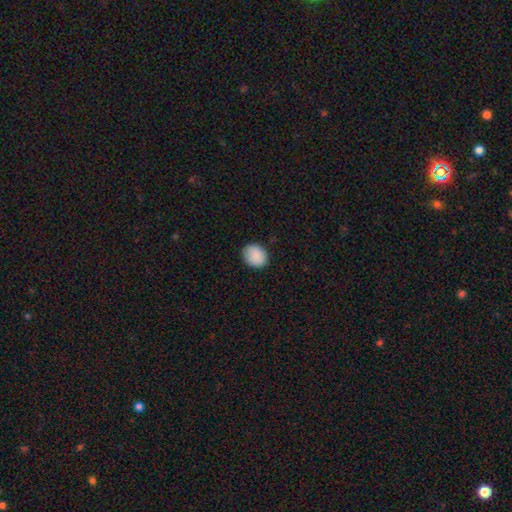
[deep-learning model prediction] Overall: smooth (89%). How rounded: round (63%; in between 36%). Merging: none (87%).